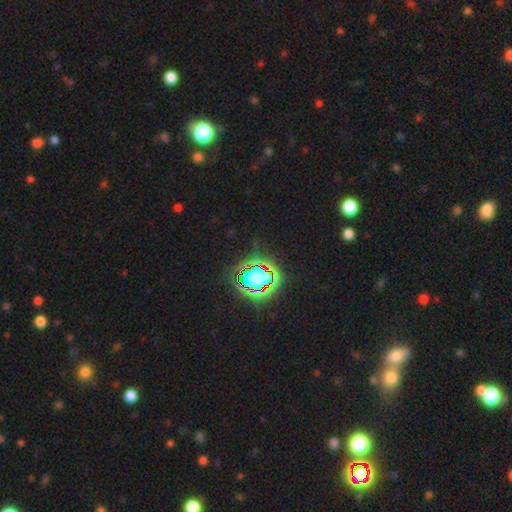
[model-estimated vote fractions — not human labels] A star or artifact, not a galaxy (79%).

Vote fractions:
- Smooth or featured? star or artifact: 79% / smooth: 12% / featured or disk: 8%